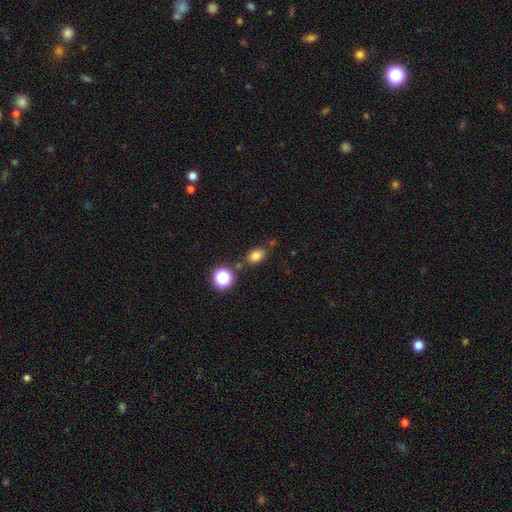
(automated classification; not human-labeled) smooth 79%, star or artifact 14%, featured or disk 7%. Down the decision tree: how rounded — in between (72%); merging — none (74%).